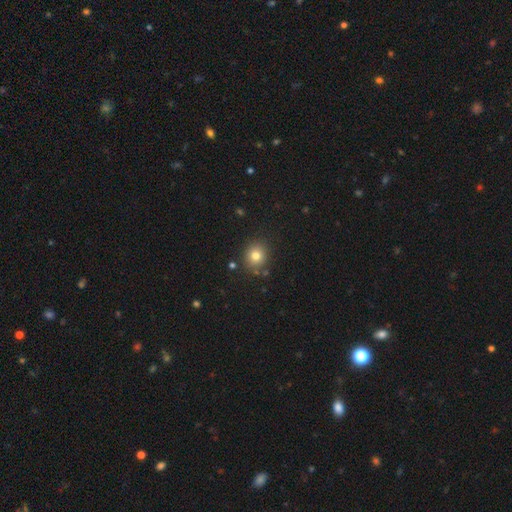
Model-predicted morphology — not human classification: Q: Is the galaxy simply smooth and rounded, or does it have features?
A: smooth — 78%.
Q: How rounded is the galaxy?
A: round — 83%.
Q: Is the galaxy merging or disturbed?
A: none — 85%.